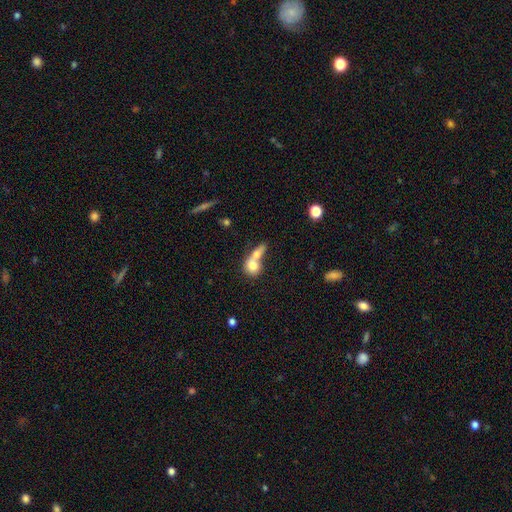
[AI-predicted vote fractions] Overall: smooth (72%). How rounded: round (58%; in between 37%). Merging: merger (73%).